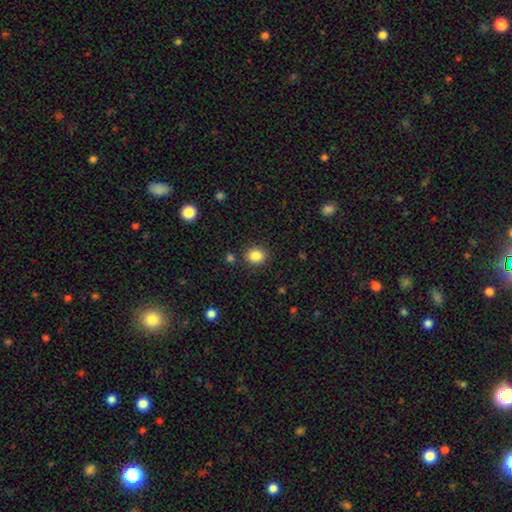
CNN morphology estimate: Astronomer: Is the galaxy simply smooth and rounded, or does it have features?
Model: smooth — 85%.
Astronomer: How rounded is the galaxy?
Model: round — 67%.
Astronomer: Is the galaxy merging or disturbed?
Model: none — 86%.